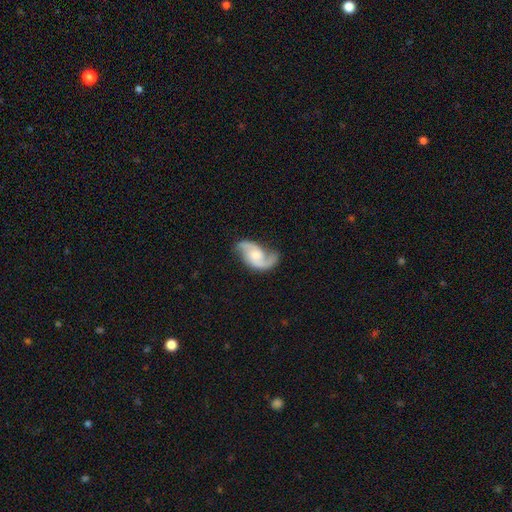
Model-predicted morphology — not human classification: This is clearly a featured or disk galaxy (87%). It is clearly not viewed edge-on (97%). Bar: likely no (61%). Spiral arm pattern: clearly yes (97%). Spiral arm count: clearly 2 (91%). Spiral winding: marginally medium (45%). Central bulge: possibly moderate (51%). Merging: likely none (74%).